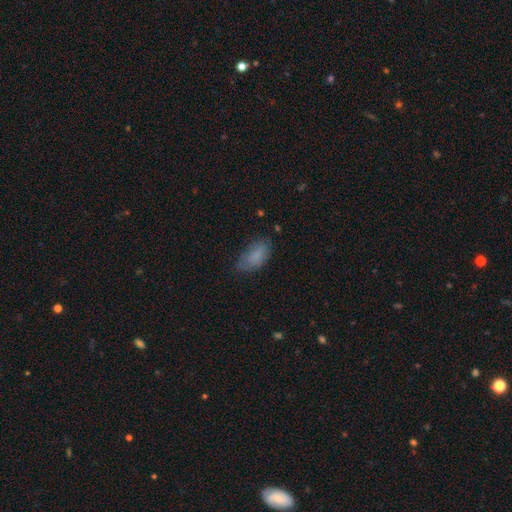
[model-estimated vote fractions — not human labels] A smooth galaxy with no disk features (80%) that is in between round and cigar-shaped (92%). Merging: none (66%).